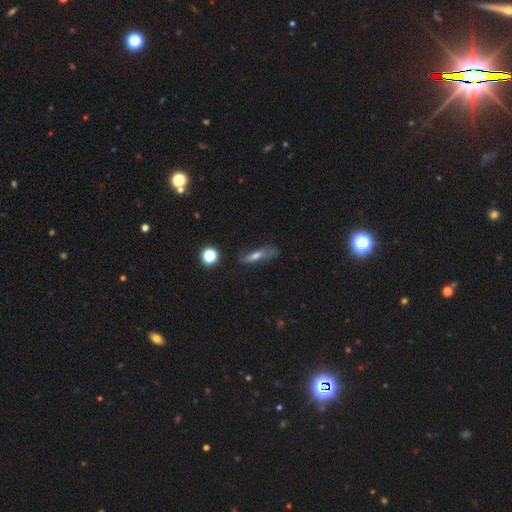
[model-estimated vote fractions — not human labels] Smooth or featured? Predicted: smooth (p=0.49). Merging? Predicted: none (p=0.60).